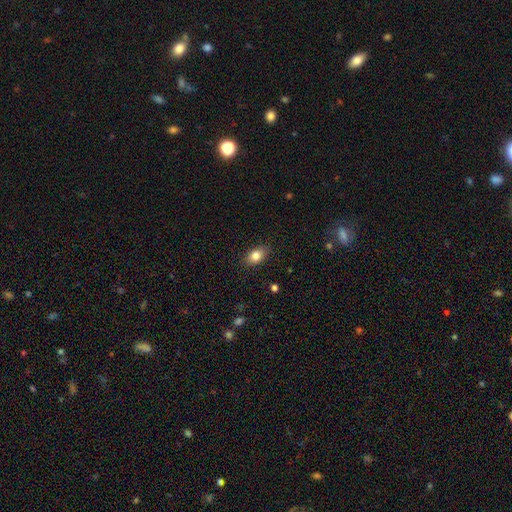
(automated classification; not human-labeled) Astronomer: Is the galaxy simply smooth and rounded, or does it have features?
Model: smooth — 82%.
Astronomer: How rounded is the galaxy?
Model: in between — 84%.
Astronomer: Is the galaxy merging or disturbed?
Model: none — 86%.